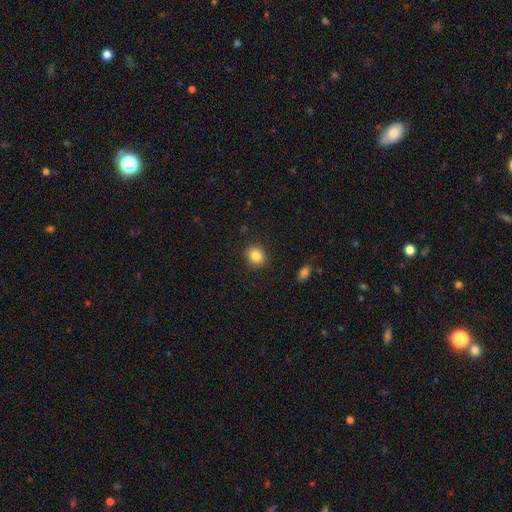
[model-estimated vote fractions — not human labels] A smooth galaxy with no disk features (85%) that is round (74%). Merging: none (90%).